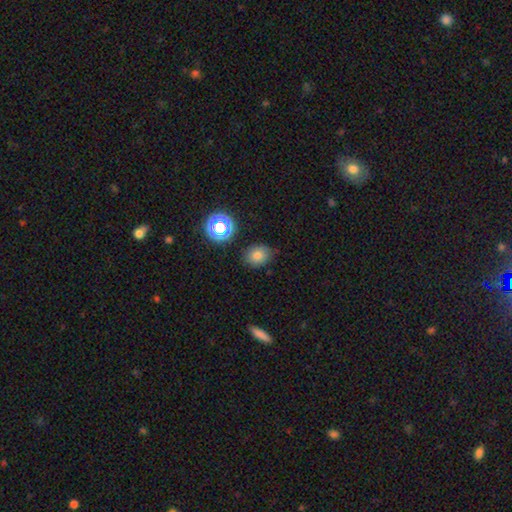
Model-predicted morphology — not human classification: Smooth or featured?
  - smooth: 76% *
  - star or artifact: 16%
  - featured or disk: 7%
How rounded?
  - round: 56% *
  - in between: 43%
  - cigar-shaped: 1%
Merging?
  - none: 79% *
  - minor disturbance: 15%
  - major disturbance: 3%
  - merger: 3%